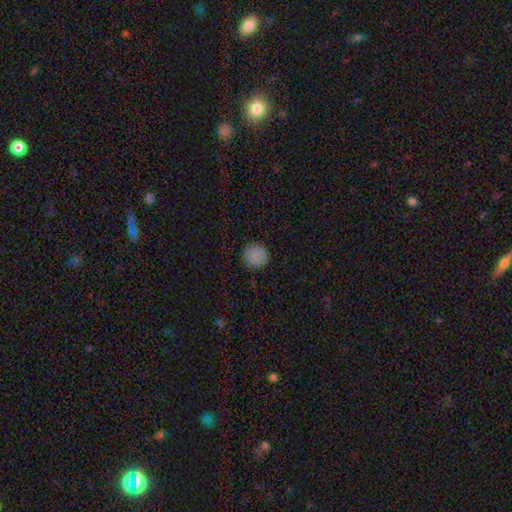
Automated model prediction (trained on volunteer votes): Morphology: type=smooth (85%); roundness=round (94%); merging=none (88%).